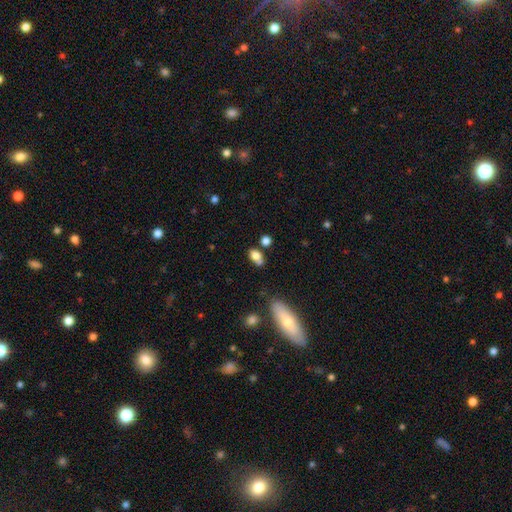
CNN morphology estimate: type=smooth (78%); roundness=in between (80%); merging=none (54%).